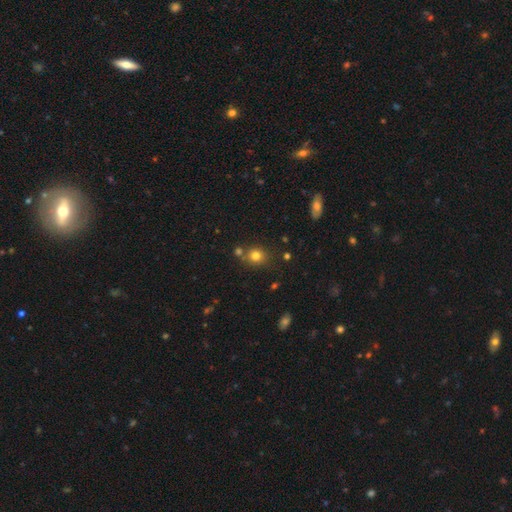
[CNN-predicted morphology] Smooth or featured? smooth (77%)
How rounded? round (77%)
Merging? none (71%)